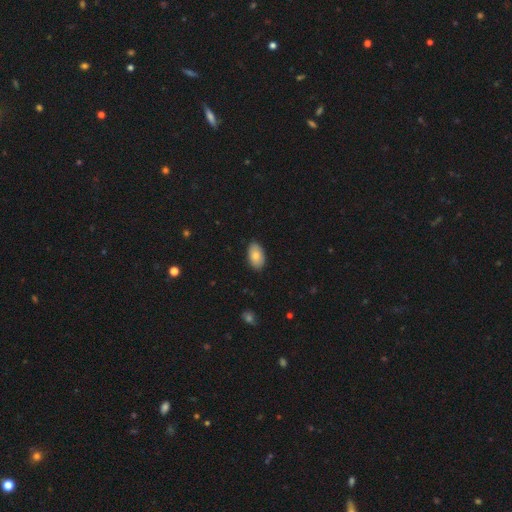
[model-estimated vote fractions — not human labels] Overall: smooth (80%). How rounded: in between (94%). Merging: none (88%).